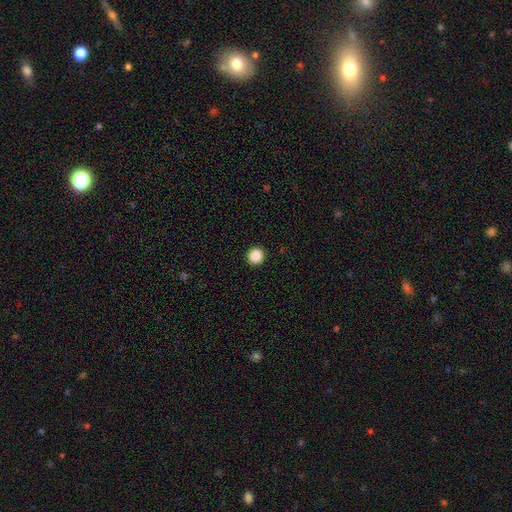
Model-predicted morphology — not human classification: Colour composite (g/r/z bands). It shows a smooth galaxy with no disk features (87%) that is round (95%). Merging: none (94%).